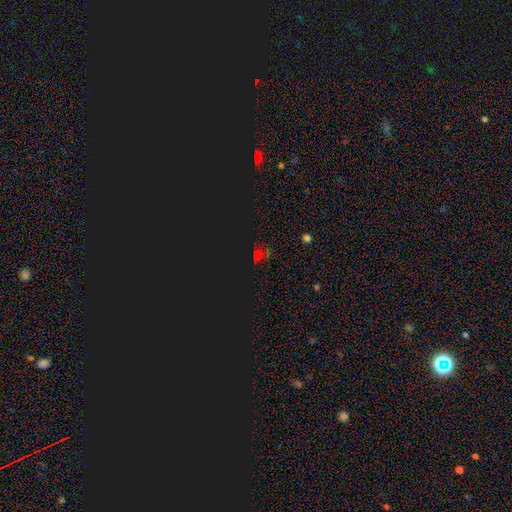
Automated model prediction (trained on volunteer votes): smooth_or_featured: star or artifact (p=0.70) [alt: smooth p=0.22]